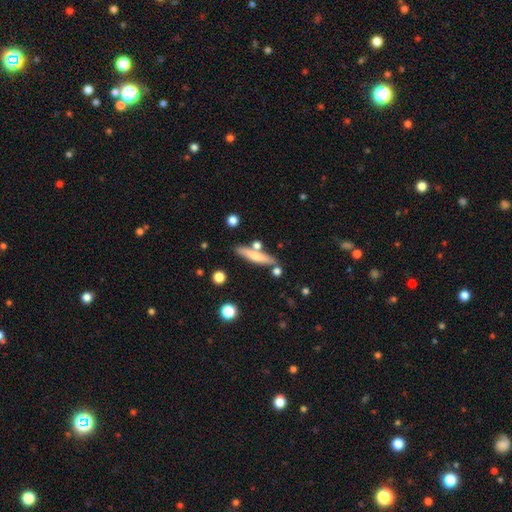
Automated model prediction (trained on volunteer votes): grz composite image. It shows a smooth galaxy with no disk features (57%) that is cigar-shaped (86%). Merging: none (75%).